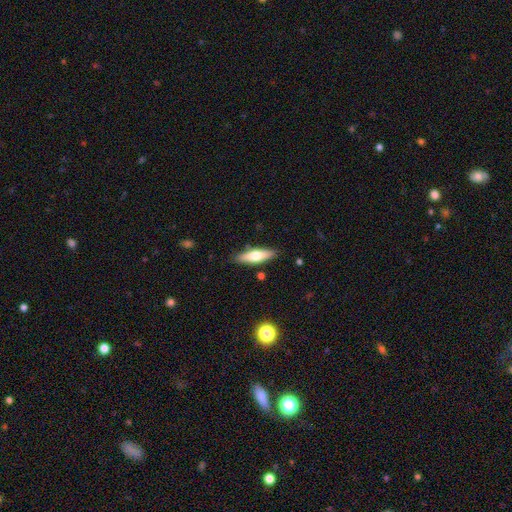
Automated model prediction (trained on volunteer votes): smooth 58%, featured or disk 36%, star or artifact 6%. Down the decision tree: how rounded — cigar-shaped (56%); merging — none (86%).